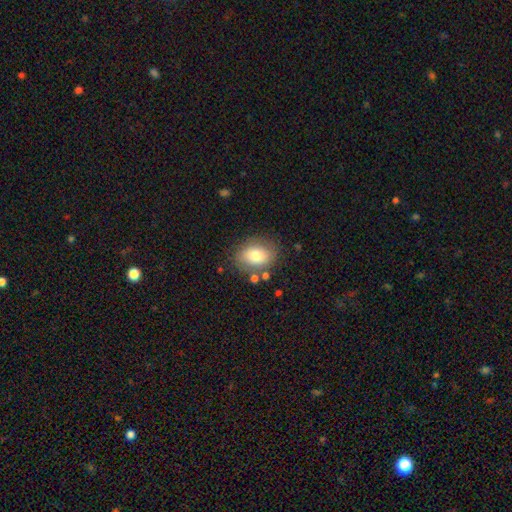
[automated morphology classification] smooth 77%, featured or disk 14%, star or artifact 9%. Down the decision tree: how rounded — in between (67%); merging — none (76%).